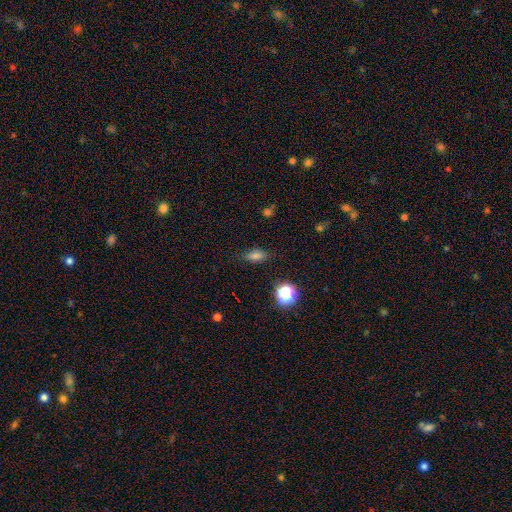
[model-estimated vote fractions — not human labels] smooth_or_featured: smooth (p=0.76) [alt: star or artifact p=0.16]
how_rounded: in between (p=0.79) [alt: round p=0.12]
merging: none (p=0.79) [alt: minor disturbance p=0.15]